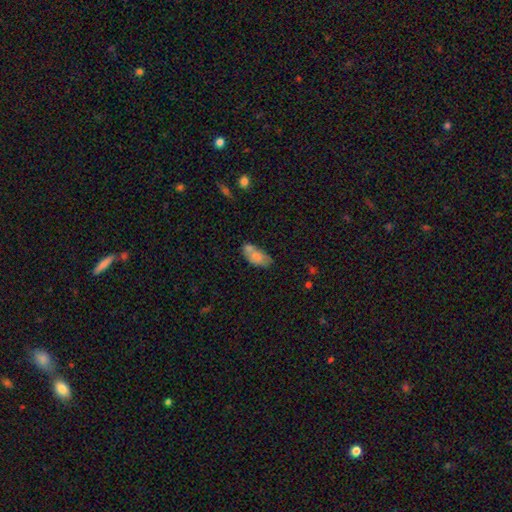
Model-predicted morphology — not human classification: This appears to be a smooth galaxy with no disk features (71%) that is in between round and cigar-shaped (90%). Merging: none (44%).